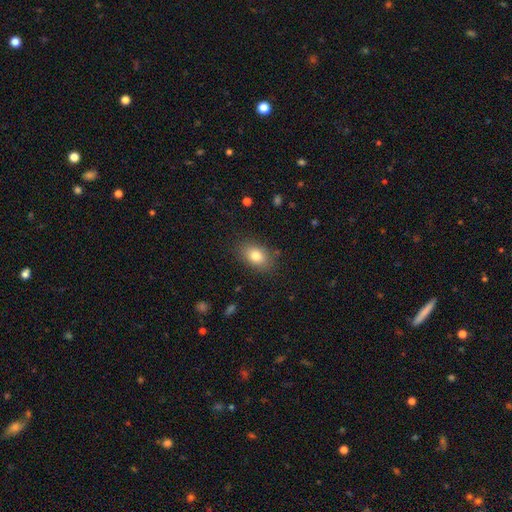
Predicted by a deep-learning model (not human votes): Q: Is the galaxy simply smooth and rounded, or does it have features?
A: smooth — 81%.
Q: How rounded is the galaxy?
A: in between — 81%.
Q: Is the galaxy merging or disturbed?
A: none — 84%.